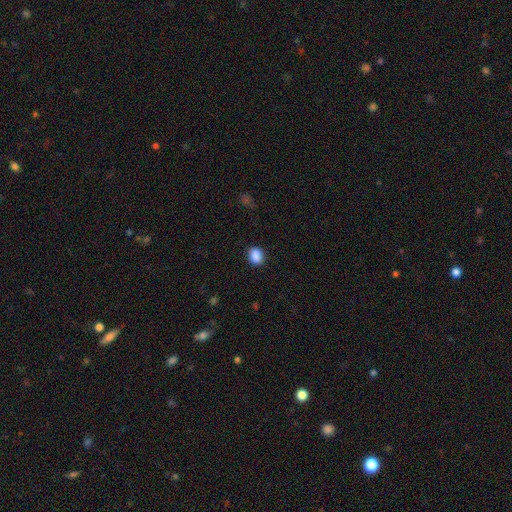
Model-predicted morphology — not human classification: The model was most divided on "how rounded": round: 53%, in between: 46%, cigar-shaped: 1%. More confident: smooth or featured — smooth (88%); merging — none (88%).